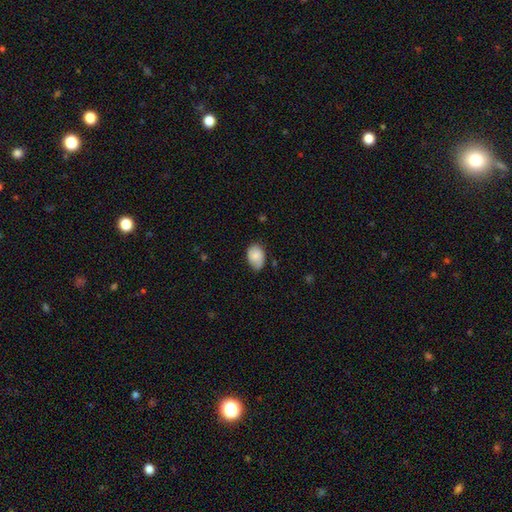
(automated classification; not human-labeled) This is likely a smooth galaxy (77%). How rounded: clearly in between (82%). Merging: likely none (64%).